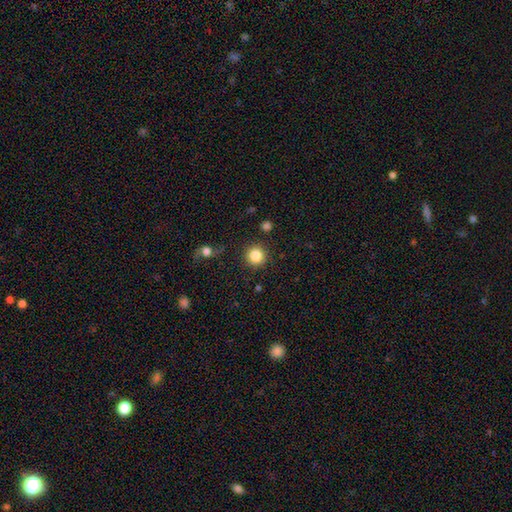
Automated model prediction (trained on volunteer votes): smooth-or-featured: smooth: 85% | star or artifact: 10% | featured or disk: 5%
  how-rounded: round: 94% | in between: 5% | cigar-shaped: 1%
  merging: none: 89% | minor disturbance: 6% | major disturbance: 3% | merger: 2%